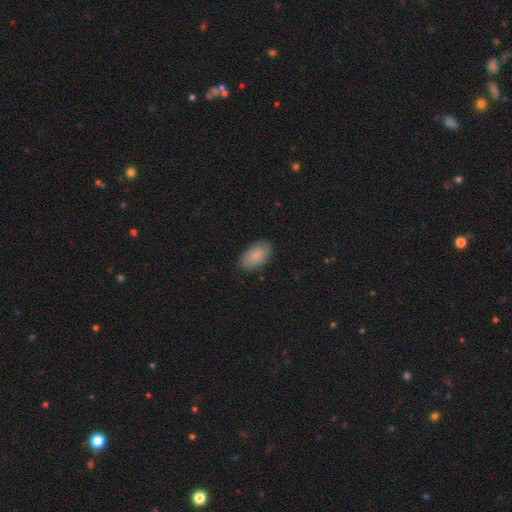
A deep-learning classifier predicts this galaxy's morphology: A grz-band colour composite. It shows a smooth galaxy with no disk features (81%) that is in between round and cigar-shaped (94%). Merging: none (84%).